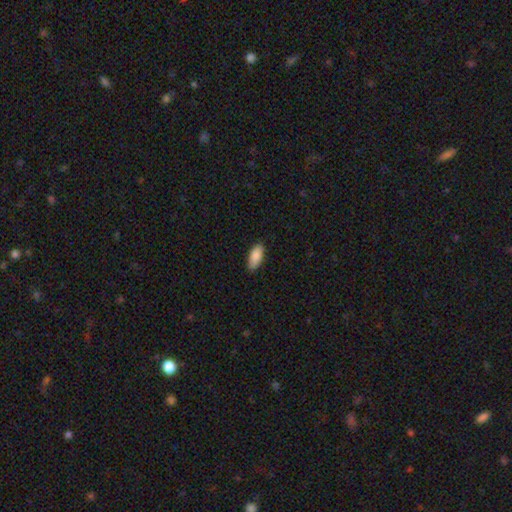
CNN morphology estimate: Smooth or featured? smooth (88%)
How rounded? in between (86%)
Merging? none (87%)